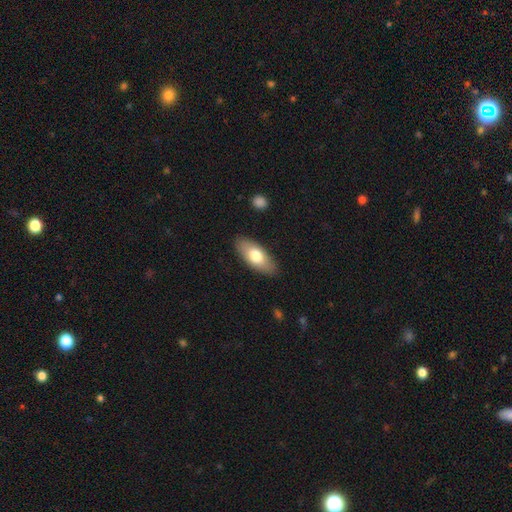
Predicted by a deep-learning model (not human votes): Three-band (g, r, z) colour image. It shows a smooth galaxy with no disk features (71%) that is in between round and cigar-shaped (86%). Merging: none (87%).